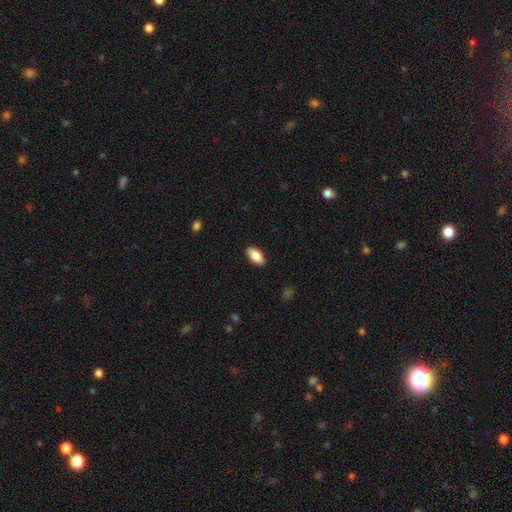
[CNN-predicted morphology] A smooth galaxy with no disk features (83%) that is in between round and cigar-shaped (89%). Merging: none (88%).